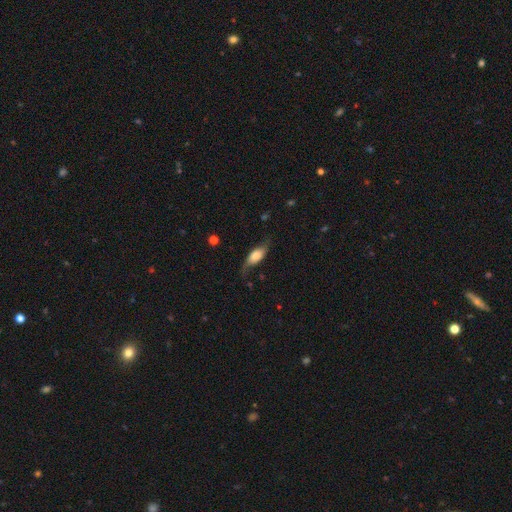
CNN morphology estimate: smooth 52%, featured or disk 40%, star or artifact 8%. Down the decision tree: how rounded — in between (78%); merging — none (59%).